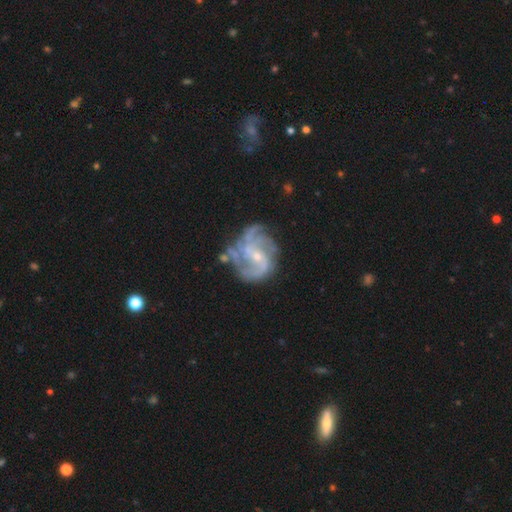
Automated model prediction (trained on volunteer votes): The model was most divided on "spiral arm count": 3: 26%, can't tell: 25%, 2: 21%, 4: 15%, more than 4: 6%, 1: 6%. Remaining: edge-on disk — no (98%); spiral arms — yes (92%); smooth or featured — featured or disk (85%); bulge size — small (71%); merging — none (56%); spiral winding — medium (46%); bar — weak (45%).